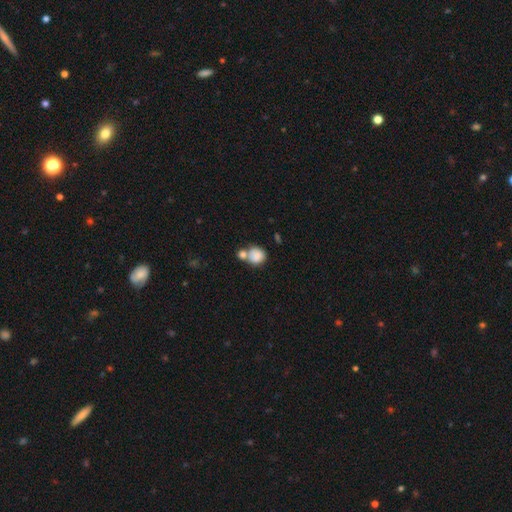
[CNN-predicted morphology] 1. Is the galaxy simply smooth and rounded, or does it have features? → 80% smooth, 11% featured or disk, 8% star or artifact.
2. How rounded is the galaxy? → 74% round, 25% in between, 1% cigar-shaped.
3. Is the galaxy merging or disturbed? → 47% merger, 36% none, 12% minor disturbance, 5% major disturbance.